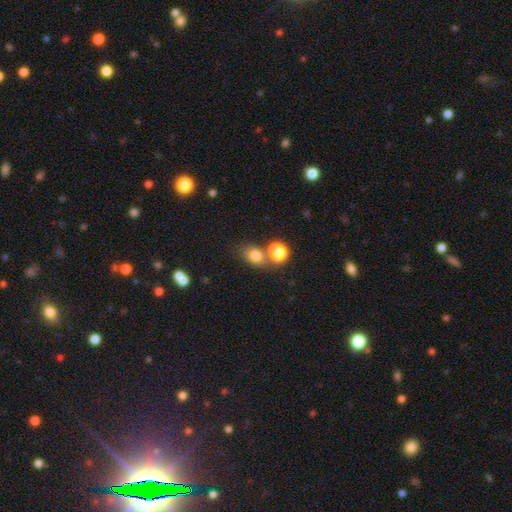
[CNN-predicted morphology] Overall: smooth (77%). How rounded: in between (56%; round 43%). Merging: none (44%; merger 40%).